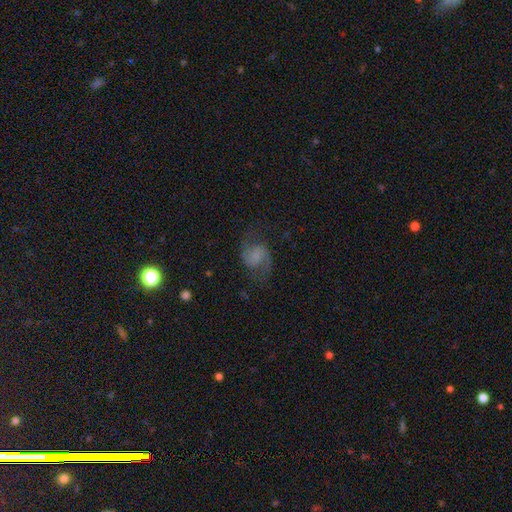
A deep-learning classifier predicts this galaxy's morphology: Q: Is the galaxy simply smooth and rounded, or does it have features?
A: featured or disk — 74%.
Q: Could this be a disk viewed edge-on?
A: no — 98%.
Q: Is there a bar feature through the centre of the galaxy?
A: no — 49%.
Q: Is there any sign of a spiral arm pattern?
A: yes — 95%.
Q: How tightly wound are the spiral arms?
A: medium — 48%.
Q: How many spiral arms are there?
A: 2 — 93%.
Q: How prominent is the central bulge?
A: none — 44%.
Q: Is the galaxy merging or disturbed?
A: none — 74%.